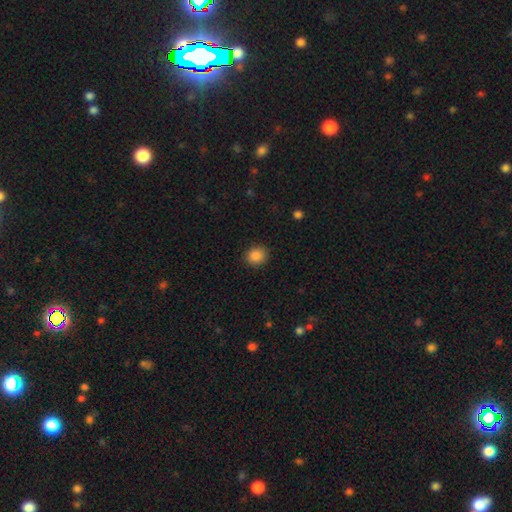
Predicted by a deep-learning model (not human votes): smooth-or-featured: smooth: 87% | star or artifact: 10% | featured or disk: 4%
  how-rounded: round: 78% | in between: 21% | cigar-shaped: 1%
  merging: none: 89% | minor disturbance: 8% | major disturbance: 2% | merger: 1%